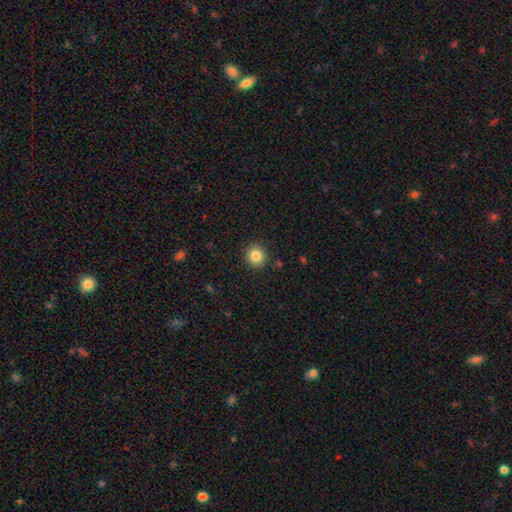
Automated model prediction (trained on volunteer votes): A smooth galaxy with no disk features (84%) that is round (91%). Merging: none (90%).